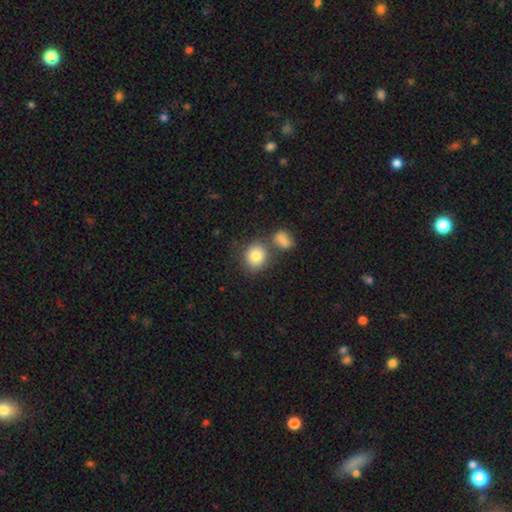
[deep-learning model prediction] smooth 82%, featured or disk 9%, star or artifact 8%. Down the decision tree: how rounded — round (69%); merging — none (62%).